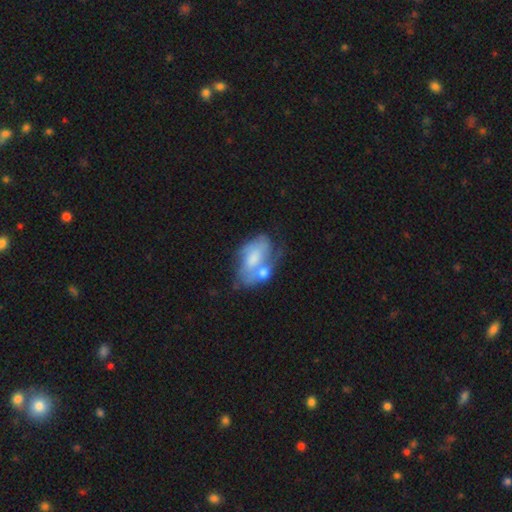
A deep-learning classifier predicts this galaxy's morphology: A featured or disk galaxy (55%) with no bar (65%), spiral arms (56%) and a moderate central bulge (36%). Merging: merger (34%).